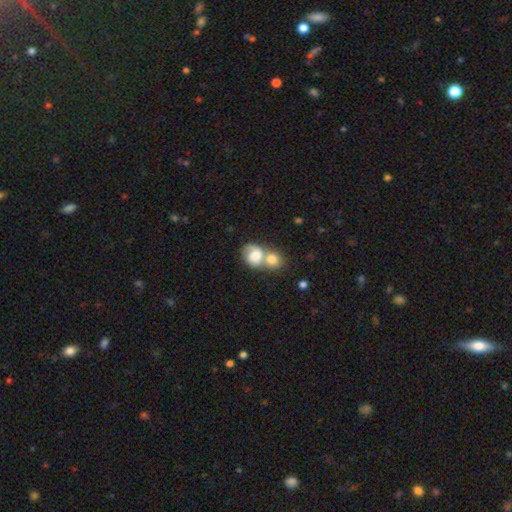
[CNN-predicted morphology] Smooth or featured: smooth — 60% (featured or disk — 33%)
How rounded: round — 61% (in between — 38%)
Merging: merger — 71% (none — 17%)